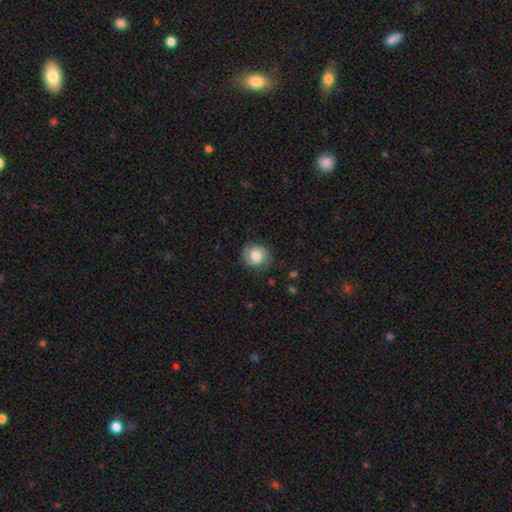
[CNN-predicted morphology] Smooth or featured? smooth (62%)
How rounded? round (77%)
Merging? none (76%)